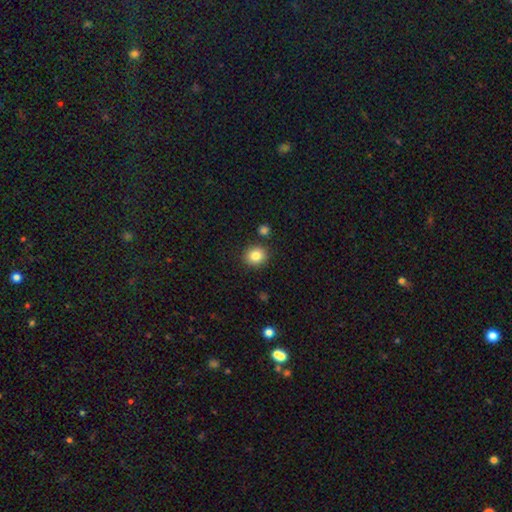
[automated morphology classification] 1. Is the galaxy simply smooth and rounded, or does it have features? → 85% smooth, 10% star or artifact, 5% featured or disk.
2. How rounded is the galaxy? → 80% round, 20% in between, 1% cigar-shaped.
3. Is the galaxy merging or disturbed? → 86% none, 8% minor disturbance, 4% merger, 2% major disturbance.